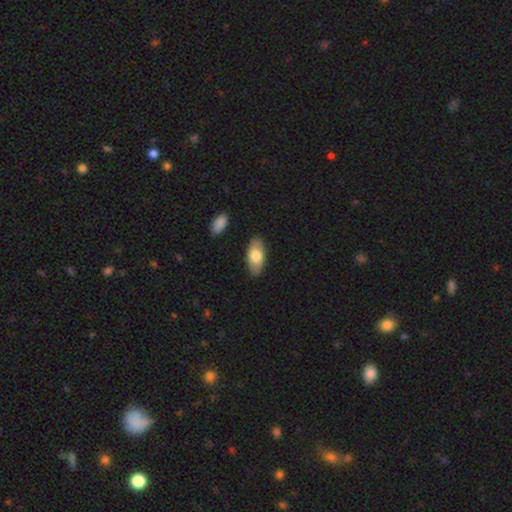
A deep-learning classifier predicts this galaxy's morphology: smooth 74%, featured or disk 21%, star or artifact 6%. Down the decision tree: how rounded — in between (91%); merging — none (84%).